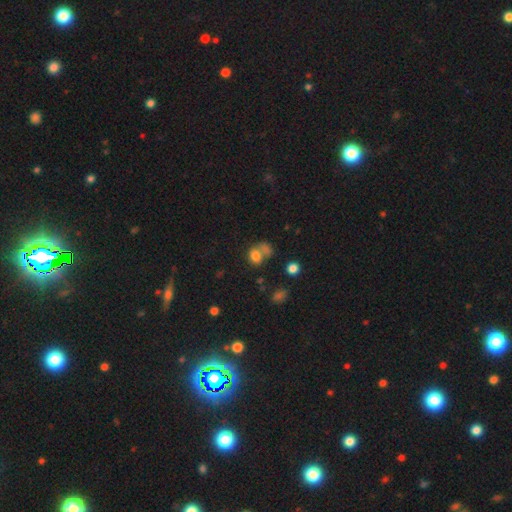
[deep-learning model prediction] Overall: smooth (76%). How rounded: in between (50%; round 48%). Merging: merger (45%; none 34%).